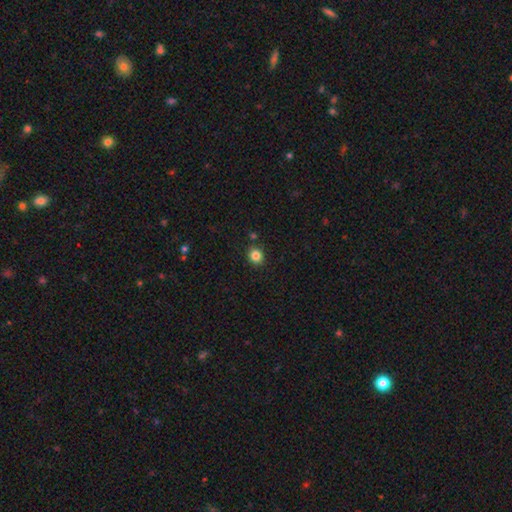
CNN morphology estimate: smooth-or-featured: smooth: 84% | star or artifact: 11% | featured or disk: 5%
  how-rounded: round: 78% | in between: 21% | cigar-shaped: 1%
  merging: none: 86% | minor disturbance: 8% | merger: 4% | major disturbance: 2%